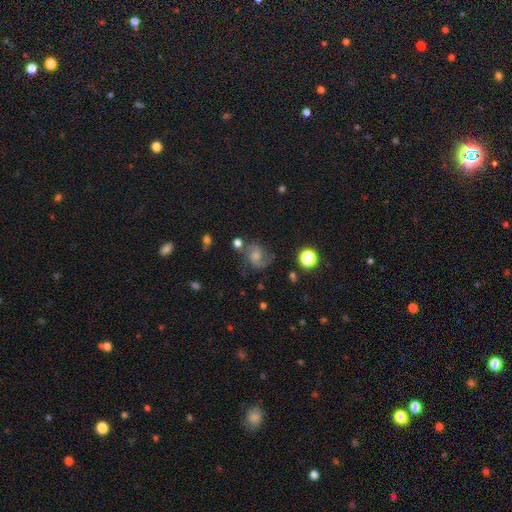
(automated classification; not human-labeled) Smooth or featured? featured or disk (55%)
Edge-on disk? no (97%)
Bar? no (66%)
Spiral arms? yes (89%)
Bulge size? moderate (35%)
Merging? none (58%)